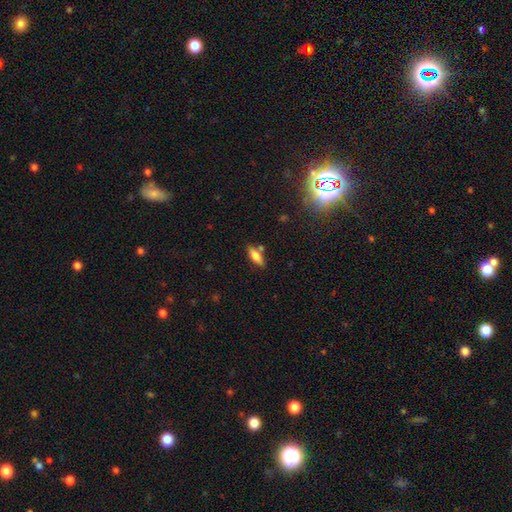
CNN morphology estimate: Overall: smooth (71%). How rounded: in between (58%; cigar-shaped 39%). Merging: none (75%).